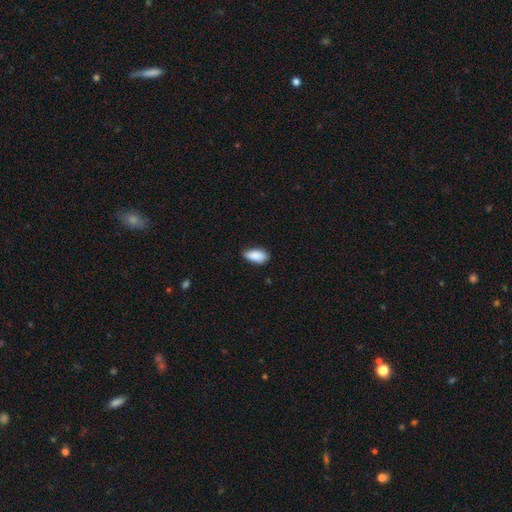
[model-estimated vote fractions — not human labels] This appears to be a smooth galaxy with no disk features (89%) that is in between round and cigar-shaped (92%). Merging: none (75%).